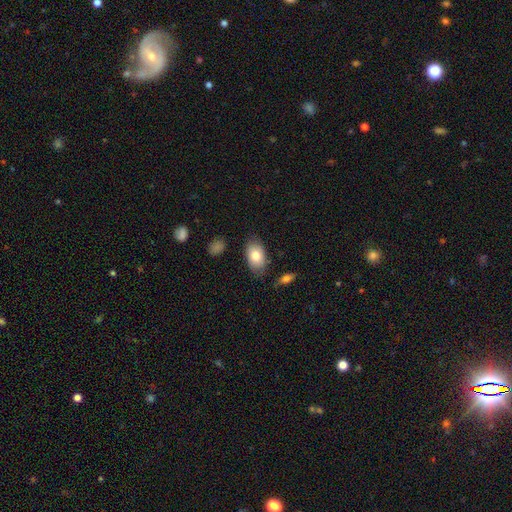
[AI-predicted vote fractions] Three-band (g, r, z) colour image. It shows a smooth galaxy with no disk features (79%) that is in between round and cigar-shaped (91%). Merging: none (79%).